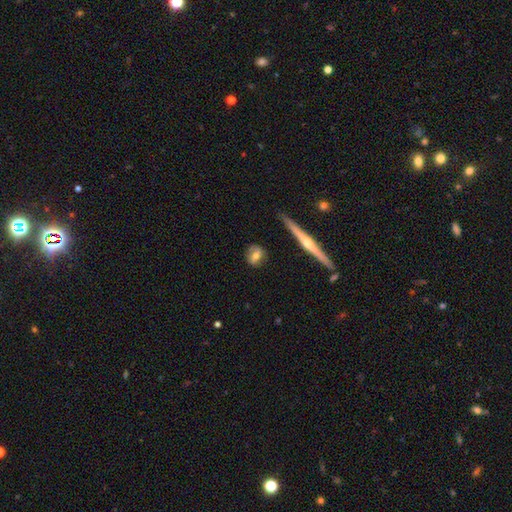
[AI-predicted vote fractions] smooth 52%, featured or disk 41%, star or artifact 7%. Down the decision tree: how rounded — round (52%); merging — none (82%).